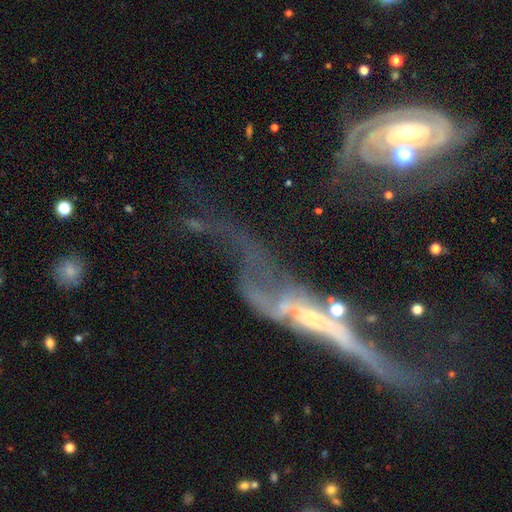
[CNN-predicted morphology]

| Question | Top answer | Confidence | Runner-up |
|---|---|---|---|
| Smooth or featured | featured or disk | 71% | smooth (16%) |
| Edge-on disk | no | 63% | yes (37%) |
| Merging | merger | 40% | major disturbance (31%) |